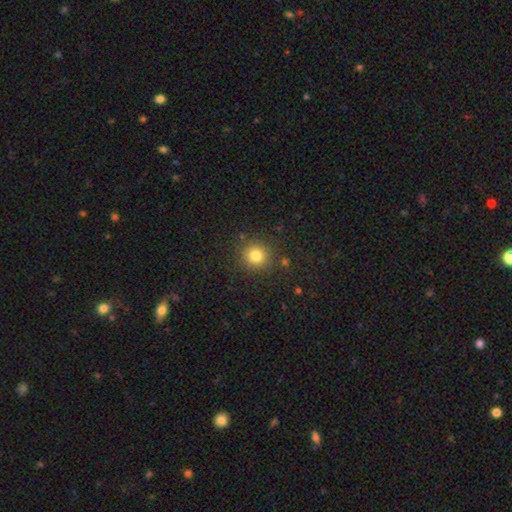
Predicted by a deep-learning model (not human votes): Smooth or featured?
  - smooth: 81% *
  - star or artifact: 13%
  - featured or disk: 5%
How rounded?
  - round: 92% *
  - in between: 7%
  - cigar-shaped: 1%
Merging?
  - none: 88% *
  - minor disturbance: 7%
  - major disturbance: 3%
  - merger: 2%